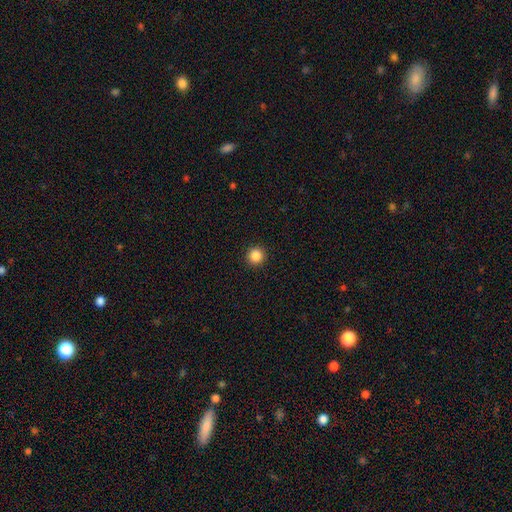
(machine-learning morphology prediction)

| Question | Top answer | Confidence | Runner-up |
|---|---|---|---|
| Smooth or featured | smooth | 86% | star or artifact (10%) |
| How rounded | round | 95% | in between (4%) |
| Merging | none | 93% | minor disturbance (4%) |